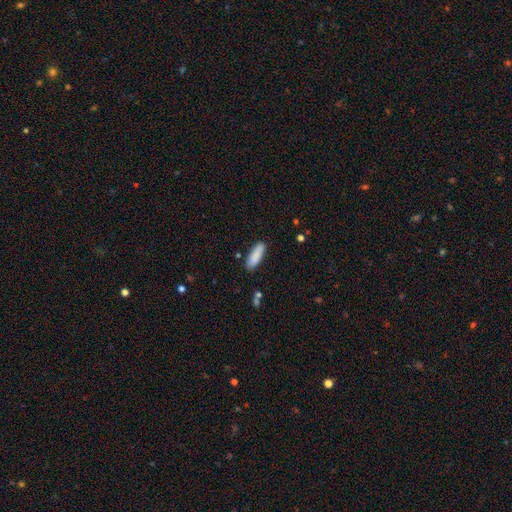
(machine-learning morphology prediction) Smooth or featured? smooth (88%)
How rounded? in between (53%)
Merging? none (85%)